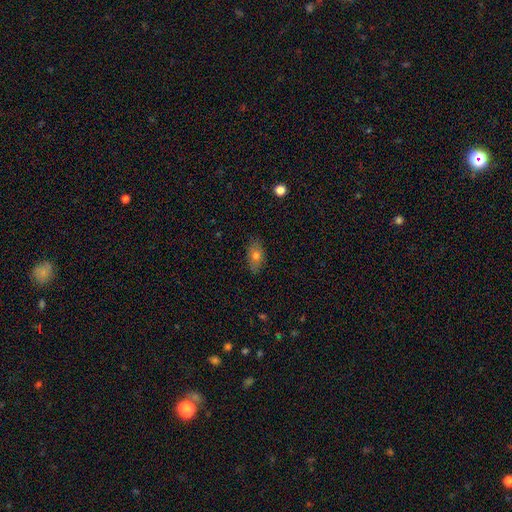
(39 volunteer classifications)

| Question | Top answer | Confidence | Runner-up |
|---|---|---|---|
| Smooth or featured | smooth | 69% | featured or disk (23%) |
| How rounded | in between | 81% | cigar-shaped (11%) |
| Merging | none | 83% | minor disturbance (14%) |